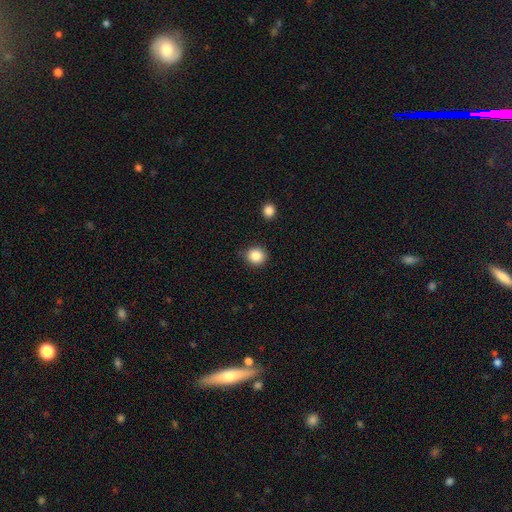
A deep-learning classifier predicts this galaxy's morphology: Overall: smooth (86%). How rounded: round (87%). Merging: none (89%).